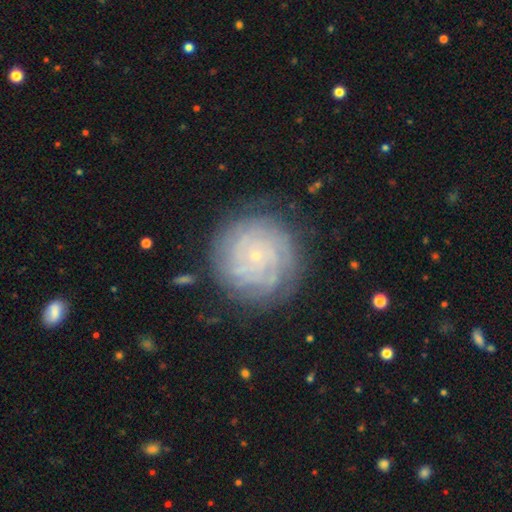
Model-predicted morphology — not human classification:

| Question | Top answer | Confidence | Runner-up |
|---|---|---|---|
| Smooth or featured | featured or disk | 78% | smooth (14%) |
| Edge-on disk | no | 98% | yes (2%) |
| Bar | no | 84% | weak (13%) |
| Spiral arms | yes | 94% | no (6%) |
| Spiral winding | tight | 85% | medium (11%) |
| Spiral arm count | can't tell | 33% | 4 (22%) |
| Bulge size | small | 89% | moderate (6%) |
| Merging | none | 81% | minor disturbance (13%) |